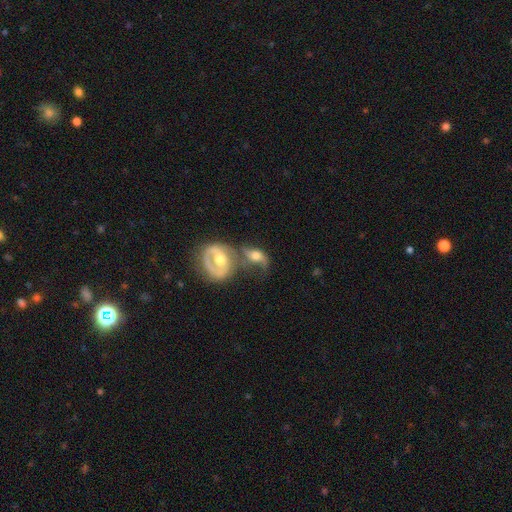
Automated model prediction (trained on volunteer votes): This appears to be a featured or disk galaxy (57%) with no bar (63%), spiral arms (69%) and a moderate central bulge (61%). Merging: merger (60%).